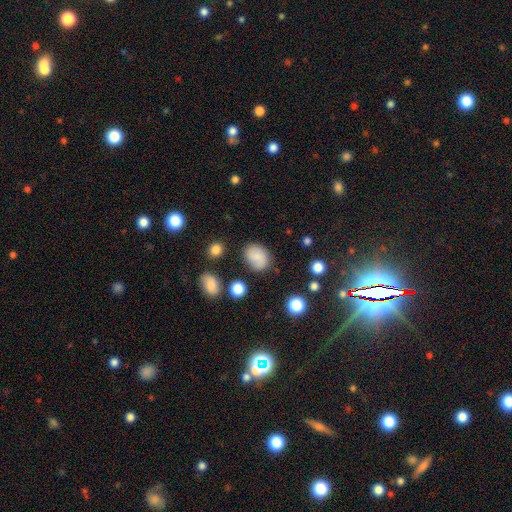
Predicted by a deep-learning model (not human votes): Smooth or featured: smooth — 78% (featured or disk — 12%)
How rounded: in between — 57% (round — 41%)
Merging: none — 72% (minor disturbance — 19%)